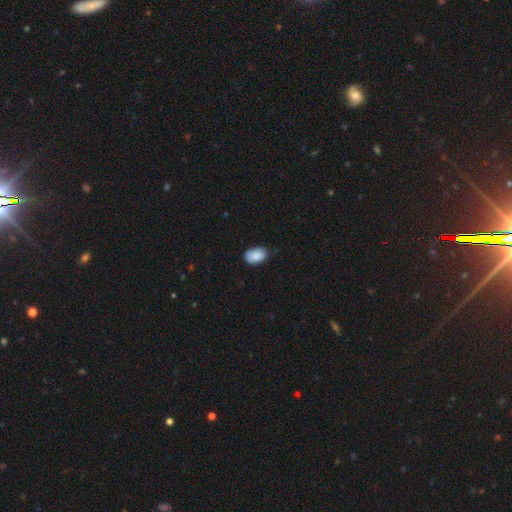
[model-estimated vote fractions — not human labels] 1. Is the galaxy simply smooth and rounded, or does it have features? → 86% smooth, 7% featured or disk, 7% star or artifact.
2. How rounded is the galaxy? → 89% in between, 10% round, 1% cigar-shaped.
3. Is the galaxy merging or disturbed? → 70% none, 25% minor disturbance, 4% major disturbance, 1% merger.